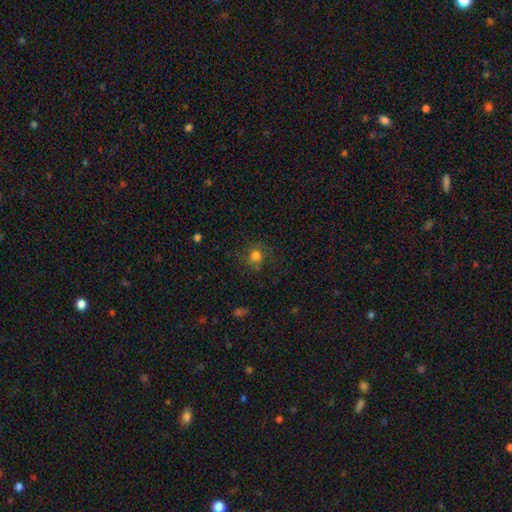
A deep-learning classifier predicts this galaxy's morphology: smooth 71%, star or artifact 16%, featured or disk 12%. Down the decision tree: how rounded — round (82%); merging — none (71%).